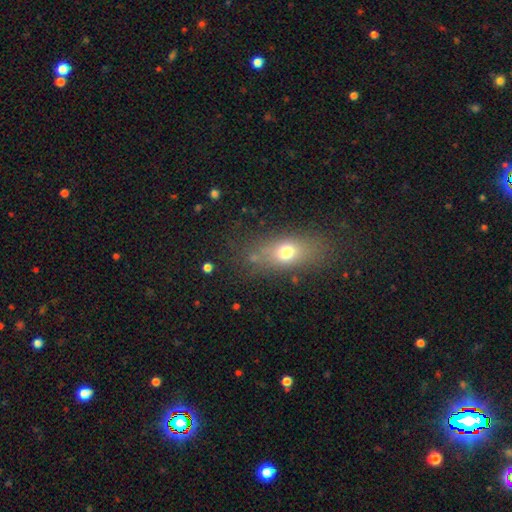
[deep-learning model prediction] This is likely a smooth galaxy (68%). How rounded: likely in between (66%). Merging: likely none (75%).